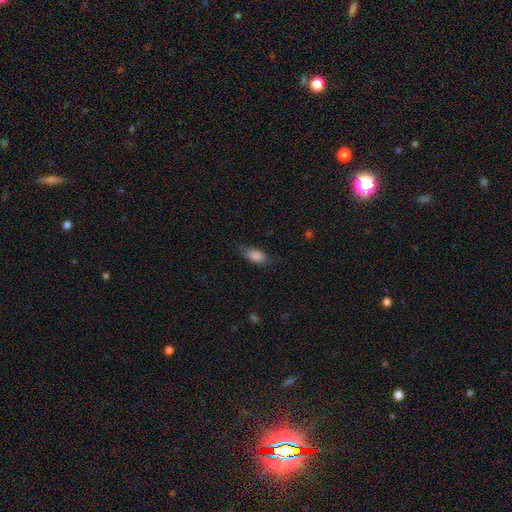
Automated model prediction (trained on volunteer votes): A smooth galaxy with no disk features (84%) that is in between round and cigar-shaped (83%). Merging: none (71%).